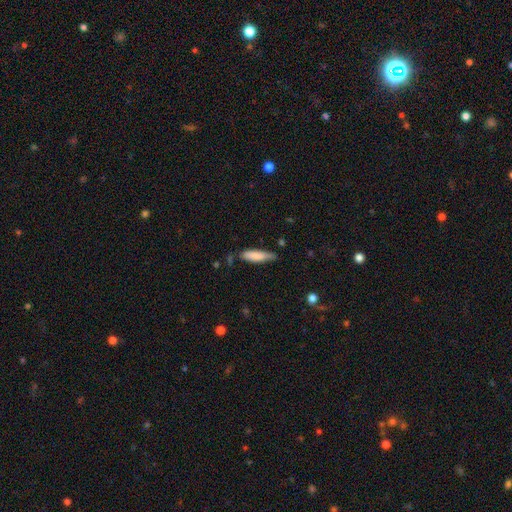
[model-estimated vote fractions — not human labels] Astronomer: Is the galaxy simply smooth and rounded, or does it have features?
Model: smooth — 82%.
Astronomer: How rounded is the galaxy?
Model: cigar-shaped — 67%.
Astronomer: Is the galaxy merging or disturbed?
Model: none — 61%.